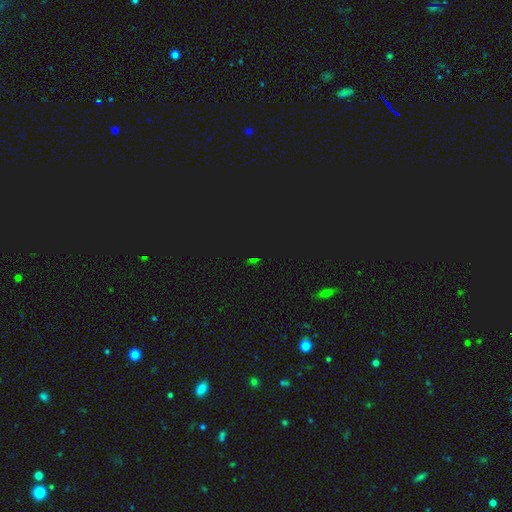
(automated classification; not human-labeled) Morphology: type=star or artifact (70%).